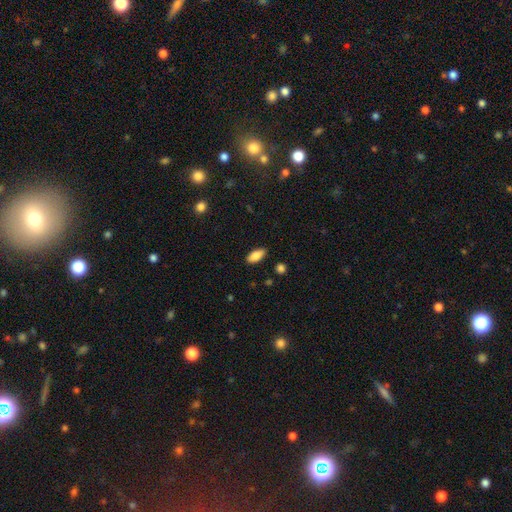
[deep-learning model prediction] Overall: smooth (84%). How rounded: in between (86%). Merging: none (86%).